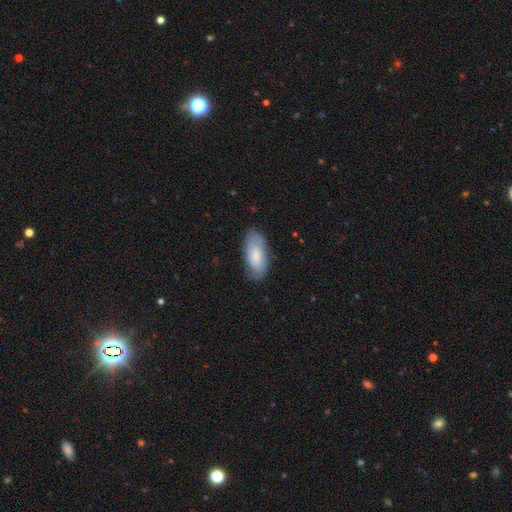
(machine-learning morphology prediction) smooth-or-featured: smooth: 66% | featured or disk: 28% | star or artifact: 6%
  how-rounded: in between: 89% | cigar-shaped: 9% | round: 3%
  merging: none: 77% | minor disturbance: 18% | major disturbance: 4% | merger: 1%